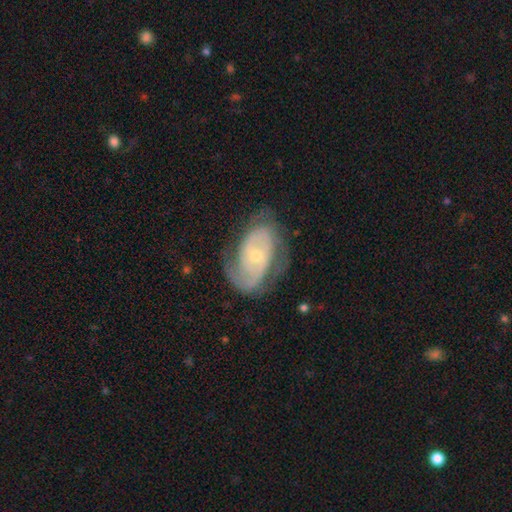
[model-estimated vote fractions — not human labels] Morphology: type=featured or disk (80%); edge-on=no (96%); bar=no (69%); spiral arms=yes (90%); winding=tight (51%); arm count=2 (57%); bulge=small (63%); merging=none (63%).